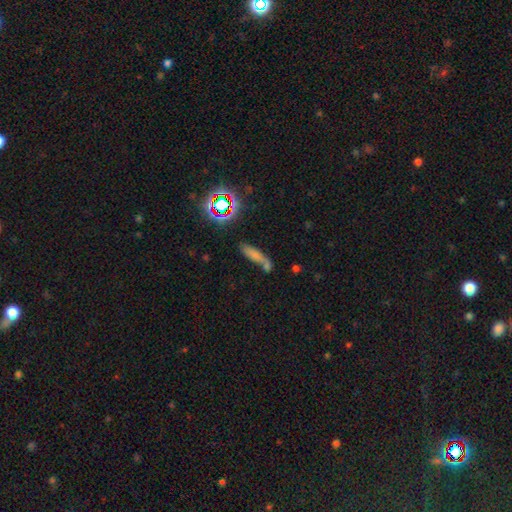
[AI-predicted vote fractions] A smooth galaxy with no disk features (62%) that is cigar-shaped (68%). Merging: none (52%).